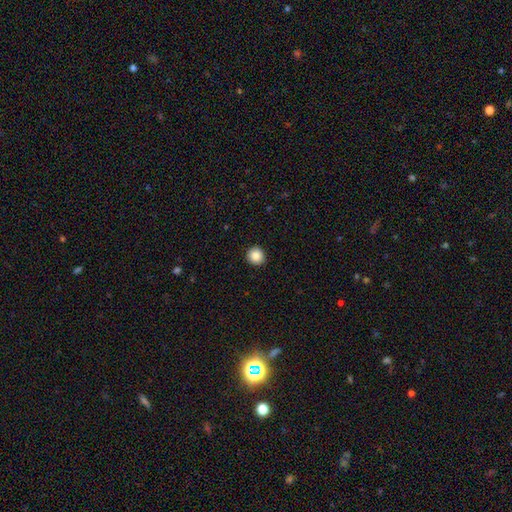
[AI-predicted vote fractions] Smooth or featured: smooth — 87% (star or artifact — 9%)
How rounded: round — 94% (in between — 5%)
Merging: none — 93% (minor disturbance — 5%)